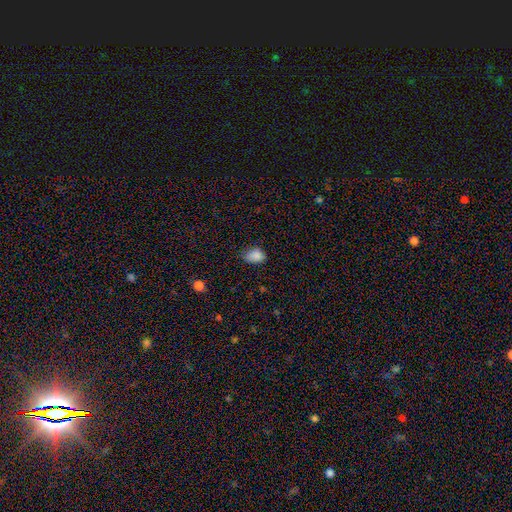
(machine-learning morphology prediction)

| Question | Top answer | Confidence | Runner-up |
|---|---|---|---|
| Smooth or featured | smooth | 85% | star or artifact (10%) |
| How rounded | in between | 76% | round (23%) |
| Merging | none | 58% | minor disturbance (34%) |